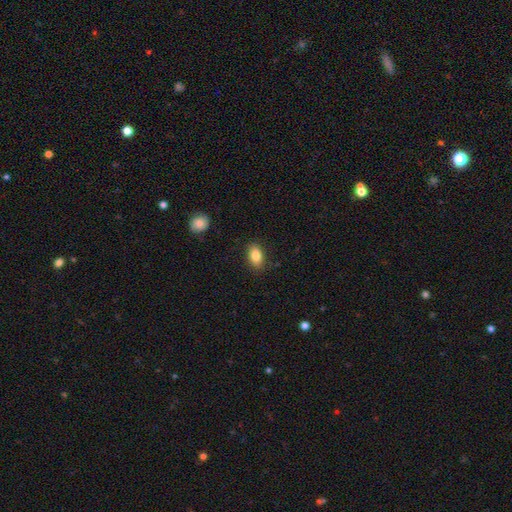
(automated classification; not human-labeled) Q: Smooth or featured?
A: smooth (85%); runner-up: star or artifact (8%)
Q: How rounded?
A: in between (88%); runner-up: round (10%)
Q: Merging?
A: none (85%); runner-up: minor disturbance (11%)